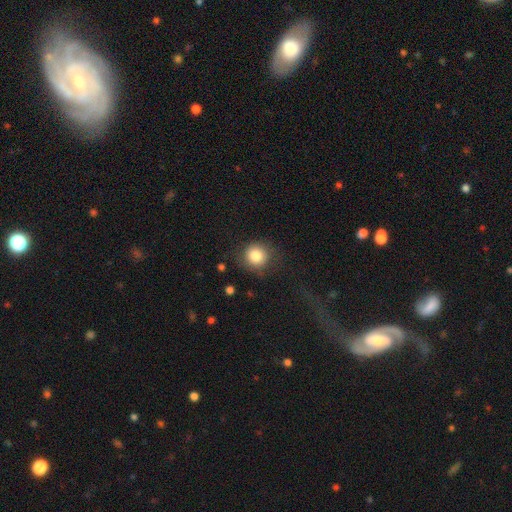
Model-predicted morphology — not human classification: smooth 83%, star or artifact 9%, featured or disk 8%. Down the decision tree: how rounded — round (91%); merging — none (75%).